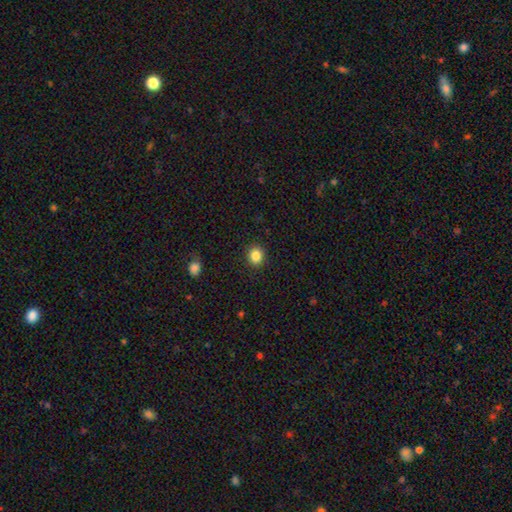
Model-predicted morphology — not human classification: This is clearly a smooth galaxy (85%). How rounded: likely round (71%). Merging: clearly none (90%).